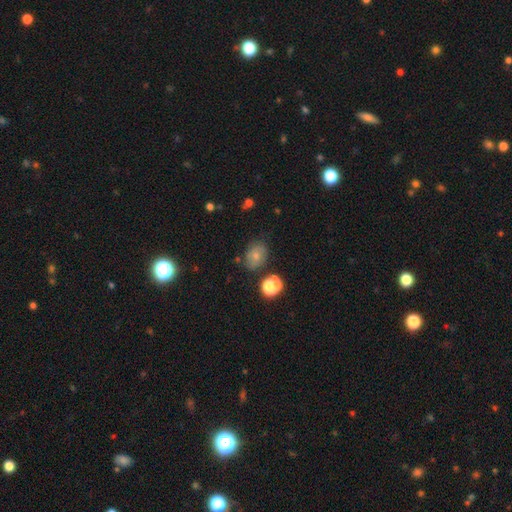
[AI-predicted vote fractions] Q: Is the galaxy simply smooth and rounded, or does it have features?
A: smooth — 66%.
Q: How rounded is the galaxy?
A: in between — 63%.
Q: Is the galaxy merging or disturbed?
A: none — 69%.